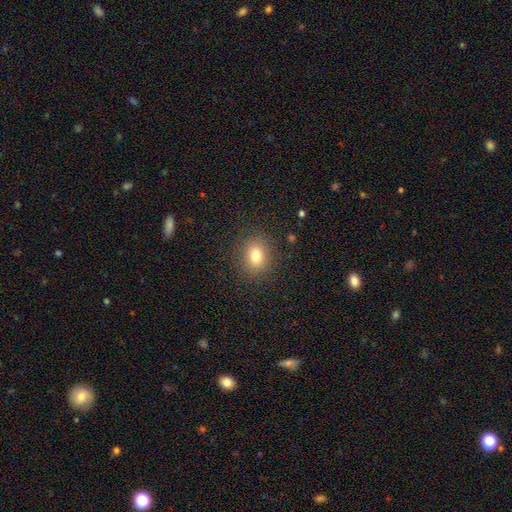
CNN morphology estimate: A smooth galaxy with no disk features (79%) that is round (53%). Merging: none (87%).